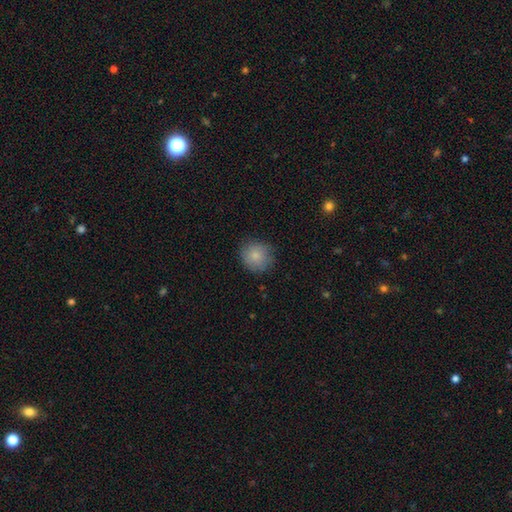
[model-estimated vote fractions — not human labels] The model was most divided on "merging": none: 78%, minor disturbance: 17%, major disturbance: 4%, merger: 1%. More confident: how rounded — round (86%); smooth or featured — smooth (83%).